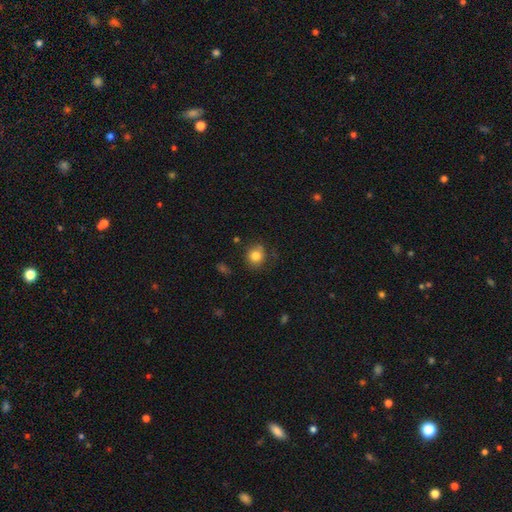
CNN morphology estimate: Smooth or featured?
  - smooth: 82% *
  - star or artifact: 11%
  - featured or disk: 7%
How rounded?
  - round: 83% *
  - in between: 16%
  - cigar-shaped: 1%
Merging?
  - none: 80% *
  - minor disturbance: 14%
  - major disturbance: 3%
  - merger: 2%